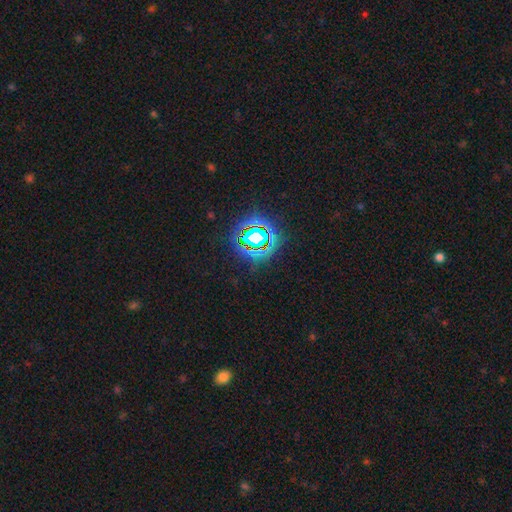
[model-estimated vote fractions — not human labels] The model was most divided on "smooth or featured": star or artifact: 80%, smooth: 13%, featured or disk: 7%.